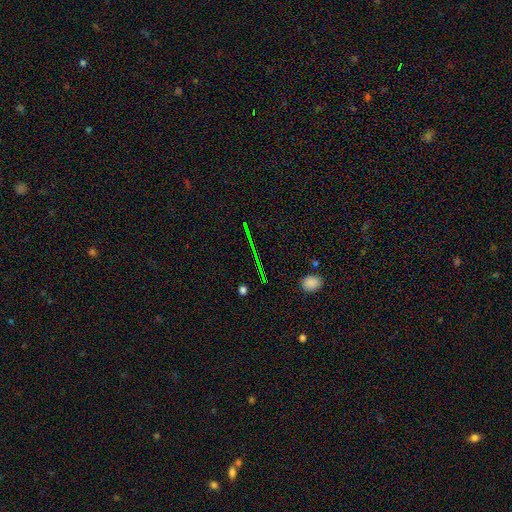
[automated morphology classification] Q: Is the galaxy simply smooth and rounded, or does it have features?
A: star or artifact — 70%.